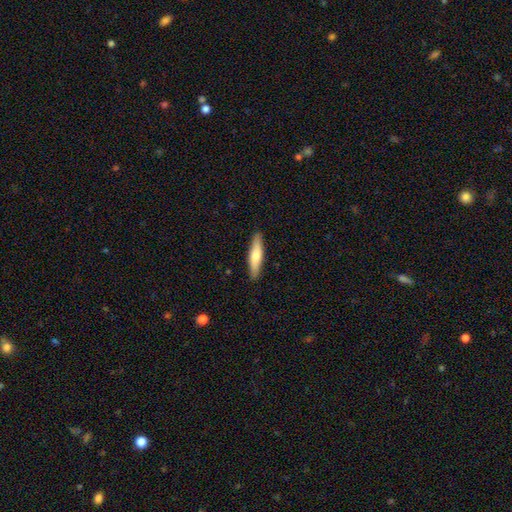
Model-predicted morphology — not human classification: Smooth or featured? Predicted: smooth (p=0.65). How rounded? Predicted: cigar-shaped (p=0.80). Merging? Predicted: none (p=0.89).